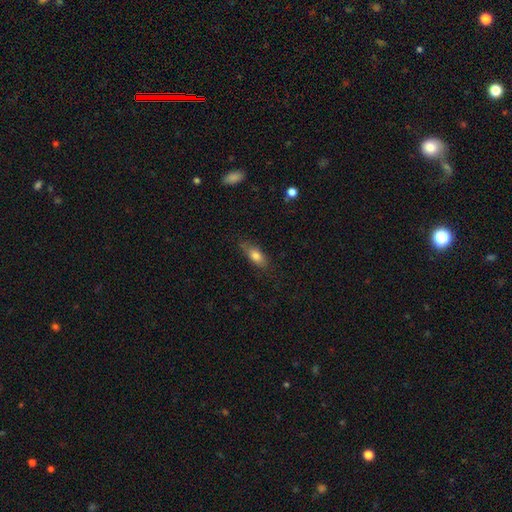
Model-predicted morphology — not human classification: type=smooth (77%); roundness=in between (76%); merging=none (75%).